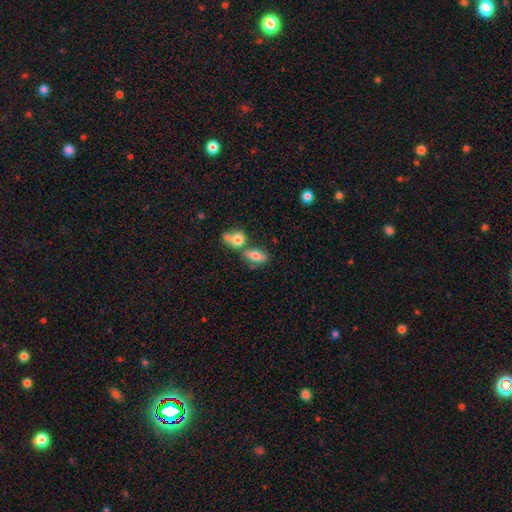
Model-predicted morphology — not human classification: smooth 74%, featured or disk 17%, star or artifact 9%. Down the decision tree: how rounded — in between (82%); merging — none (46%).